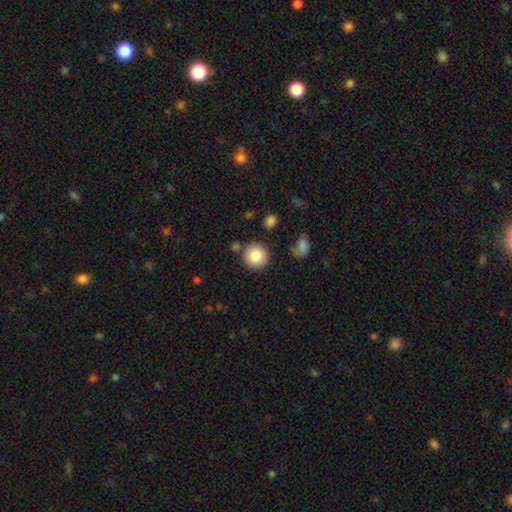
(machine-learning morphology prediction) This appears to be a smooth galaxy with no disk features (84%) that is round (93%). Merging: none (83%).